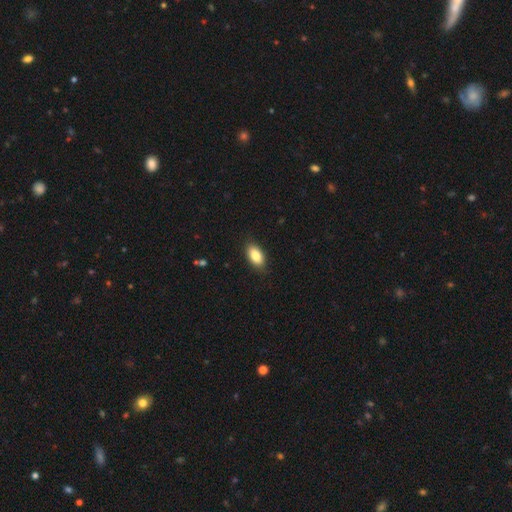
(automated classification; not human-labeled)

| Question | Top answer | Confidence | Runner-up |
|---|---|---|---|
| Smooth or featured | smooth | 86% | featured or disk (7%) |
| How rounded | in between | 91% | cigar-shaped (5%) |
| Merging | none | 86% | minor disturbance (10%) |